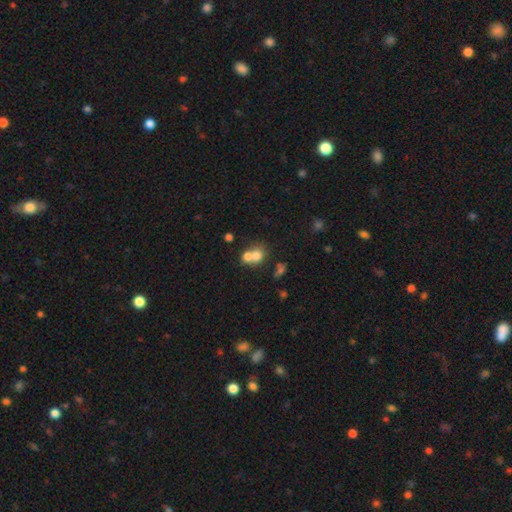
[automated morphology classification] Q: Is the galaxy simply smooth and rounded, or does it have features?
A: smooth — 70%.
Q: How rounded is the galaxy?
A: round — 68%.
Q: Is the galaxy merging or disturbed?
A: merger — 64%.